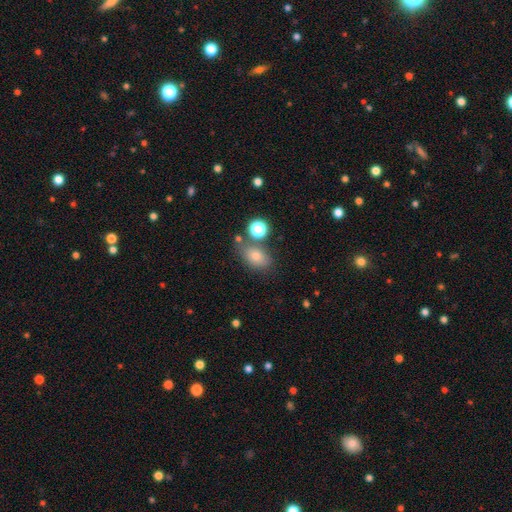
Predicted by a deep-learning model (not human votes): smooth-or-featured: smooth: 74% | star or artifact: 15% | featured or disk: 11%
  how-rounded: in between: 73% | round: 26% | cigar-shaped: 2%
  merging: none: 68% | minor disturbance: 15% | merger: 12% | major disturbance: 5%